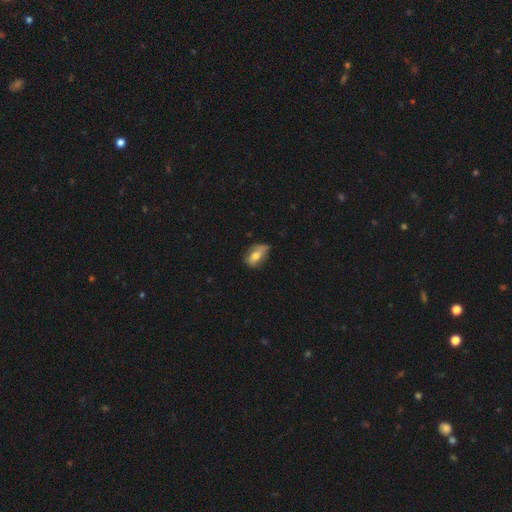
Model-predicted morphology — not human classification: This appears to be a smooth galaxy with no disk features (63%) that is in between round and cigar-shaped (84%). Merging: none (51%).